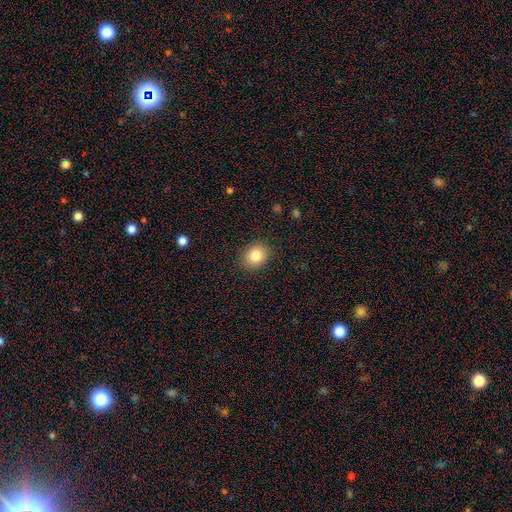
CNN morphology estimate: type=smooth (82%); roundness=round (55%); merging=none (88%).